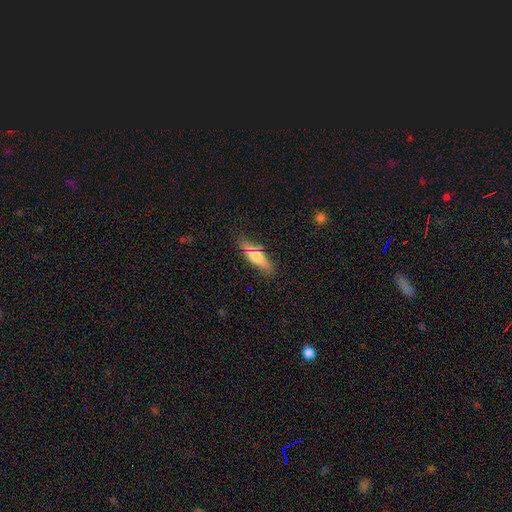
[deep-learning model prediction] The model was most divided on "how rounded": cigar-shaped: 51%, in between: 46%, round: 4%. More confident: merging — none (80%); smooth or featured — smooth (62%).